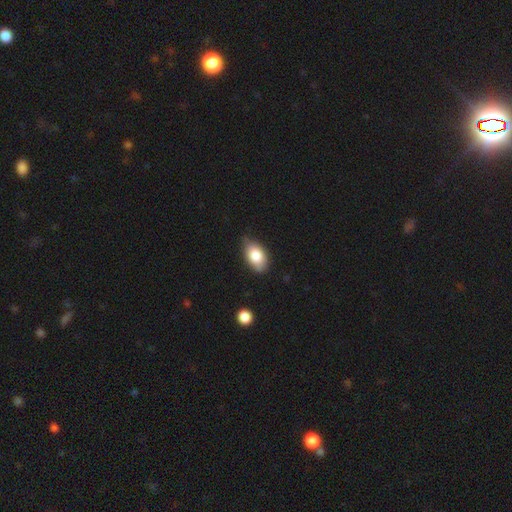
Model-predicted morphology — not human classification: Smooth or featured? smooth (81%)
How rounded? in between (90%)
Merging? none (67%)